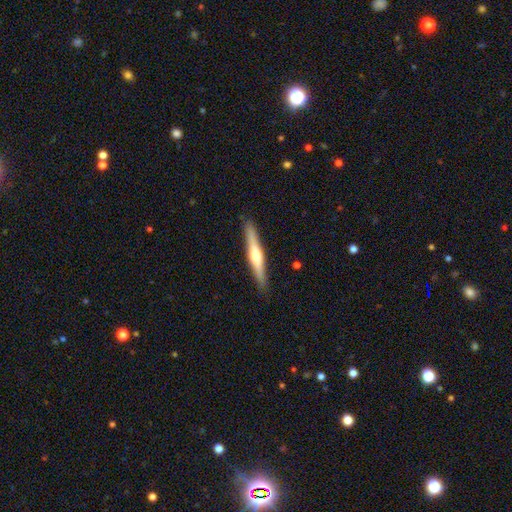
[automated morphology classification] type=featured or disk (63%); edge-on=yes (97%); edge-on bulge=rounded (89%); merging=none (90%).